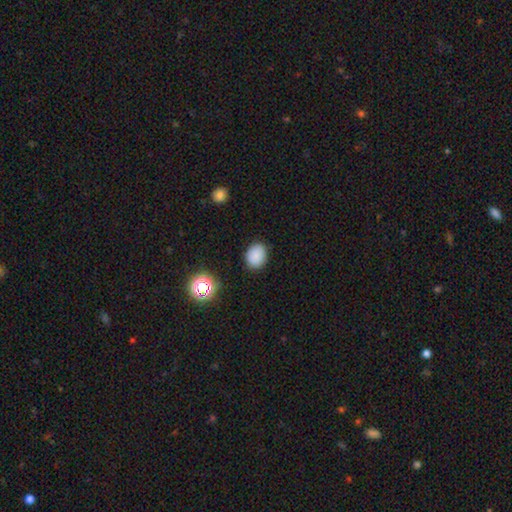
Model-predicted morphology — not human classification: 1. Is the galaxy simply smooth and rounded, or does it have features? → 84% smooth, 12% star or artifact, 4% featured or disk.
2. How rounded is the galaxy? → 51% round, 48% in between, 1% cigar-shaped.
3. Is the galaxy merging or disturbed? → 85% none, 11% minor disturbance, 3% major disturbance, 1% merger.